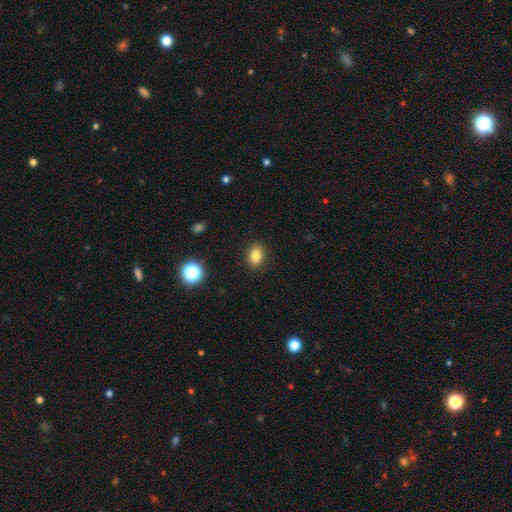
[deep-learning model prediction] Smooth or featured? smooth (81%)
How rounded? in between (76%)
Merging? none (89%)